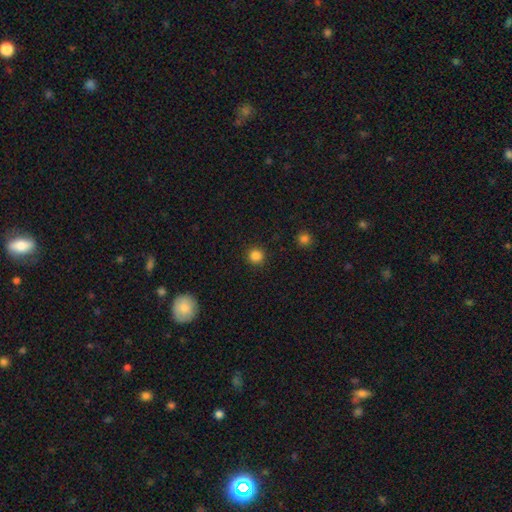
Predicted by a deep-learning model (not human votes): smooth_or_featured: smooth (p=0.85) [alt: star or artifact p=0.12]
how_rounded: round (p=0.95) [alt: in between p=0.04]
merging: none (p=0.91) [alt: minor disturbance p=0.05]